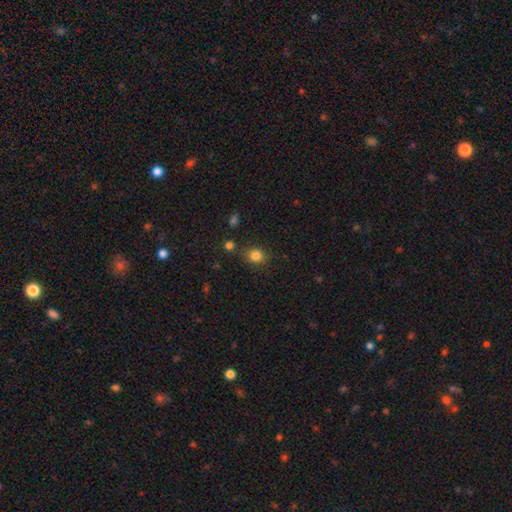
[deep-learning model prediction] smooth 82%, star or artifact 13%, featured or disk 5%. Down the decision tree: how rounded — round (74%); merging — none (78%).